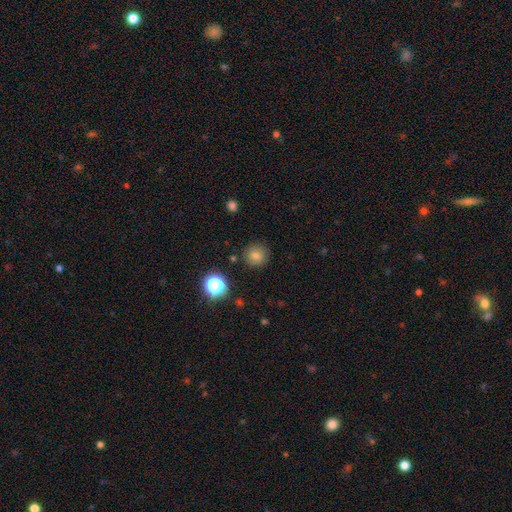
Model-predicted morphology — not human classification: smooth-or-featured: smooth: 79% | star or artifact: 14% | featured or disk: 7%
  how-rounded: round: 92% | in between: 7% | cigar-shaped: 1%
  merging: none: 87% | minor disturbance: 8% | major disturbance: 3% | merger: 2%